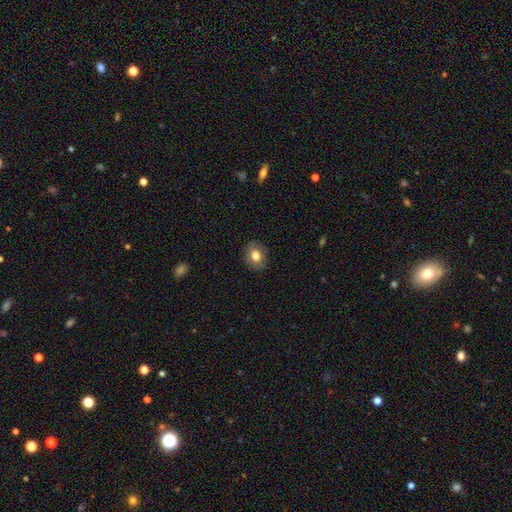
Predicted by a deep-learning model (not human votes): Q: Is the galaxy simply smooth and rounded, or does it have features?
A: smooth — 76%.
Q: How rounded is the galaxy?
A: round — 50%.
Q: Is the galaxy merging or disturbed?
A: none — 87%.